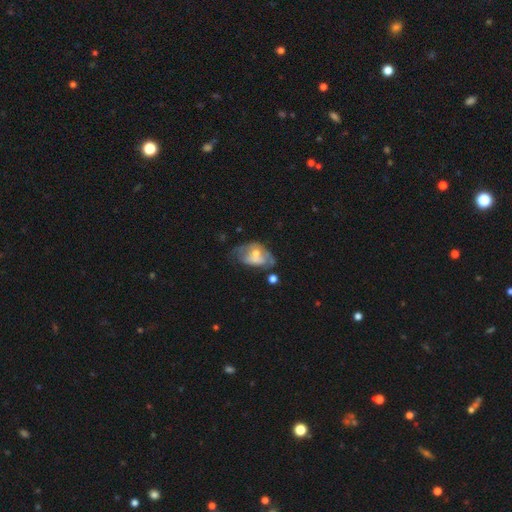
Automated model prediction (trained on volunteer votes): smooth-or-featured: featured or disk: 51% | smooth: 41% | star or artifact: 8%
  disk-edge-on: no: 95% | yes: 5%
  merging: major disturbance: 31% | minor disturbance: 27% | none: 26% | merger: 17%